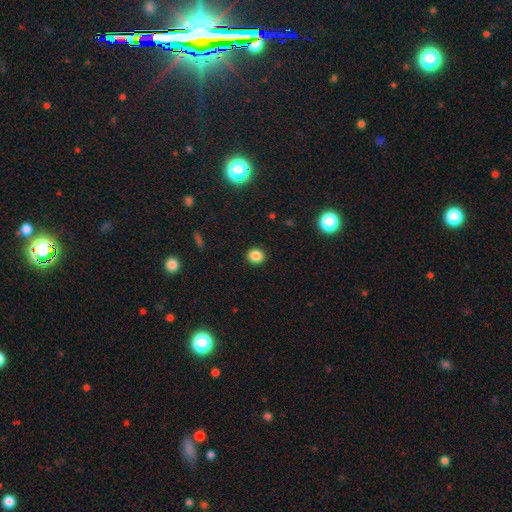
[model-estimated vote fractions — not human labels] smooth_or_featured: smooth (p=0.85) [alt: star or artifact p=0.11]
how_rounded: round (p=0.87) [alt: in between p=0.12]
merging: none (p=0.92) [alt: minor disturbance p=0.05]